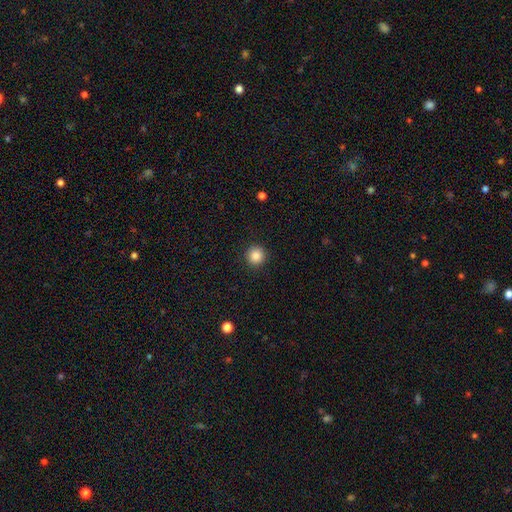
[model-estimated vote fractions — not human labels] Smooth or featured: smooth — 86% (star or artifact — 10%)
How rounded: round — 95% (in between — 4%)
Merging: none — 92% (minor disturbance — 5%)